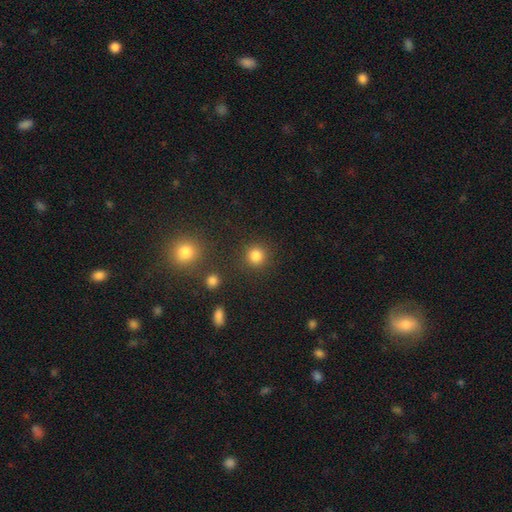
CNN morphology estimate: type=smooth (83%); roundness=round (93%); merging=none (87%).